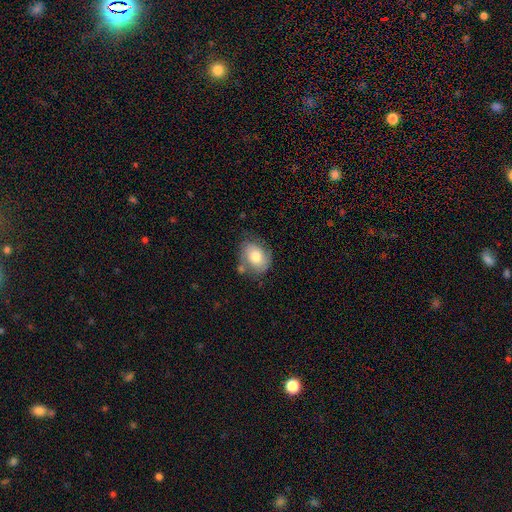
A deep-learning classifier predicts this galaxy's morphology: Smooth or featured?
  - smooth: 65% *
  - featured or disk: 27%
  - star or artifact: 8%
How rounded?
  - in between: 54% *
  - round: 45%
  - cigar-shaped: 1%
Merging?
  - none: 61% *
  - minor disturbance: 25%
  - major disturbance: 8%
  - merger: 7%